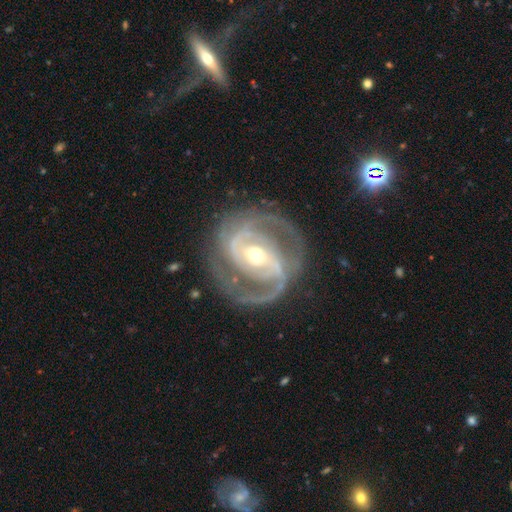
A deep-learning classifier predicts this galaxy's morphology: Q: Smooth or featured?
A: featured or disk (91%); runner-up: smooth (5%)
Q: Edge-on disk?
A: no (97%); runner-up: yes (3%)
Q: Bar?
A: weak (39%); runner-up: strong (34%)
Q: Spiral arms?
A: yes (96%); runner-up: no (4%)
Q: Spiral winding?
A: medium (46%); runner-up: tight (42%)
Q: Spiral arm count?
A: 2 (78%); runner-up: 3 (8%)
Q: Bulge size?
A: moderate (64%); runner-up: small (30%)
Q: Merging?
A: none (76%); runner-up: minor disturbance (14%)